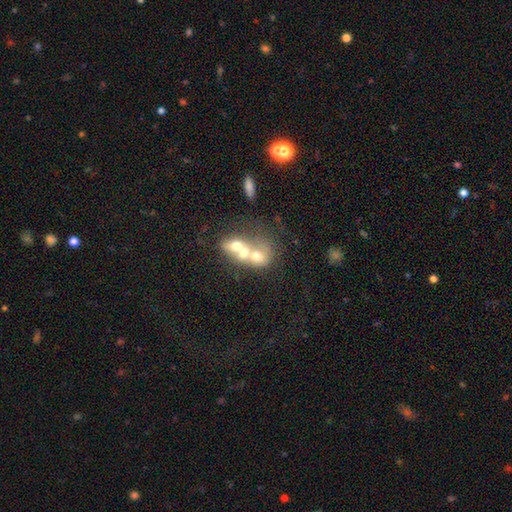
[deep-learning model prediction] Q: Smooth or featured?
A: smooth (54%); runner-up: featured or disk (34%)
Q: How rounded?
A: round (52%); runner-up: in between (46%)
Q: Merging?
A: merger (74%); runner-up: none (15%)